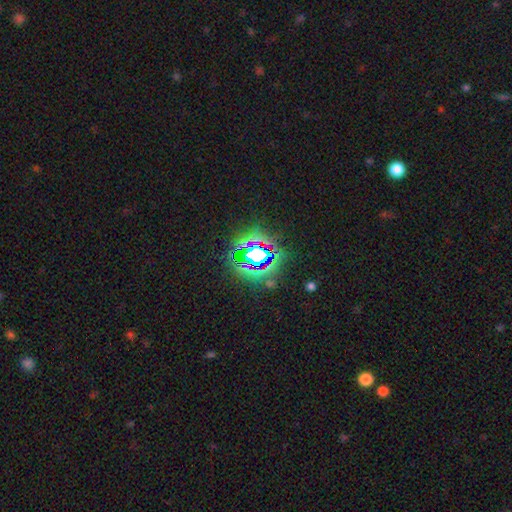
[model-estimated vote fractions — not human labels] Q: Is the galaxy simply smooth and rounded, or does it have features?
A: star or artifact — 75%.